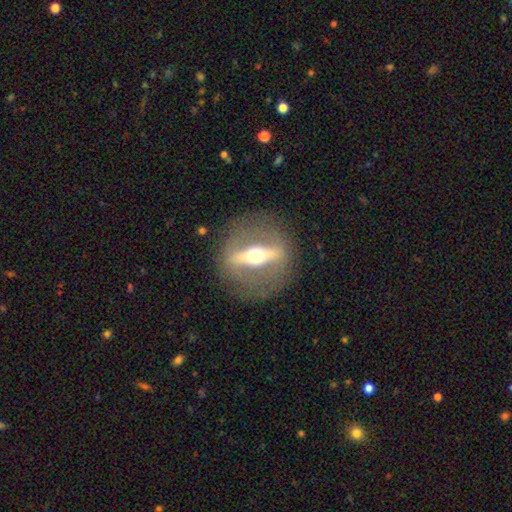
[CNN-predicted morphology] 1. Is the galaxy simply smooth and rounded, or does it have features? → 82% featured or disk, 13% smooth, 6% star or artifact.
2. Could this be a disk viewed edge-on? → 59% yes, 41% no.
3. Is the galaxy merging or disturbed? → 83% none, 8% minor disturbance, 7% major disturbance, 1% merger.